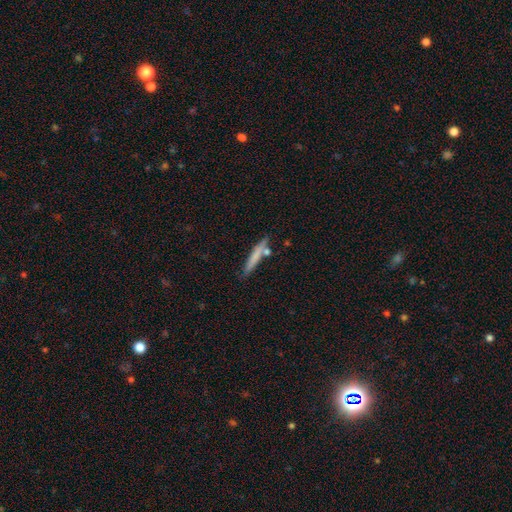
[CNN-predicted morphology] This is likely a smooth galaxy (68%). How rounded: clearly cigar-shaped (93%). Merging: likely none (73%).